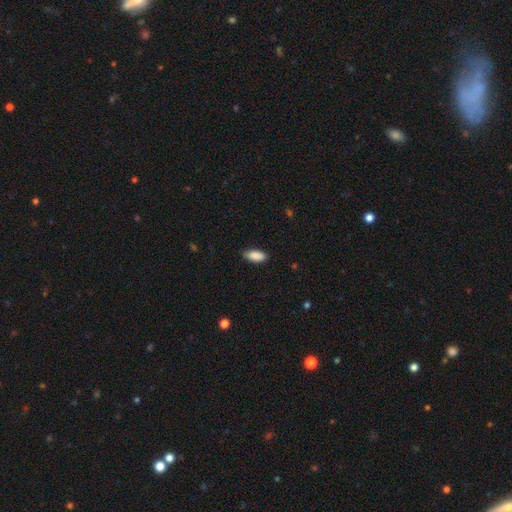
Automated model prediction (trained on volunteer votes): Q: Smooth or featured?
A: smooth (90%); runner-up: star or artifact (6%)
Q: How rounded?
A: in between (90%); runner-up: cigar-shaped (8%)
Q: Merging?
A: none (83%); runner-up: minor disturbance (14%)